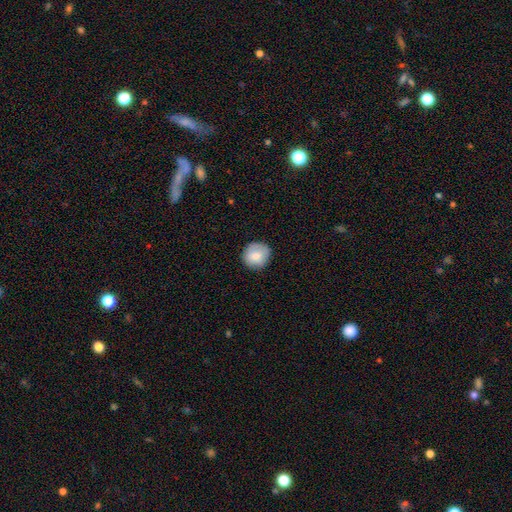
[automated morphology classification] type=smooth (81%); roundness=round (89%); merging=none (83%).